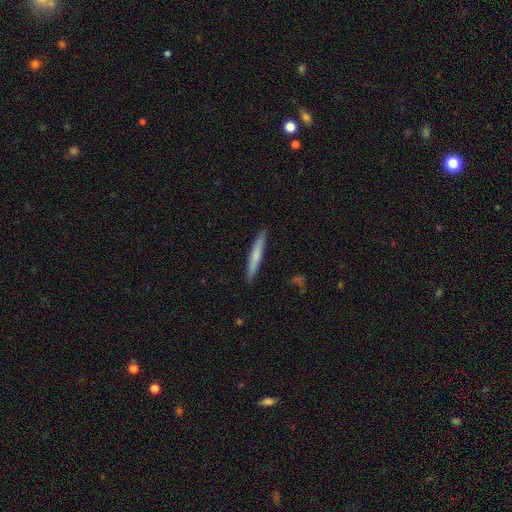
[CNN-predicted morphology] This is likely a smooth galaxy (65%). How rounded: clearly cigar-shaped (96%). Merging: clearly none (90%).